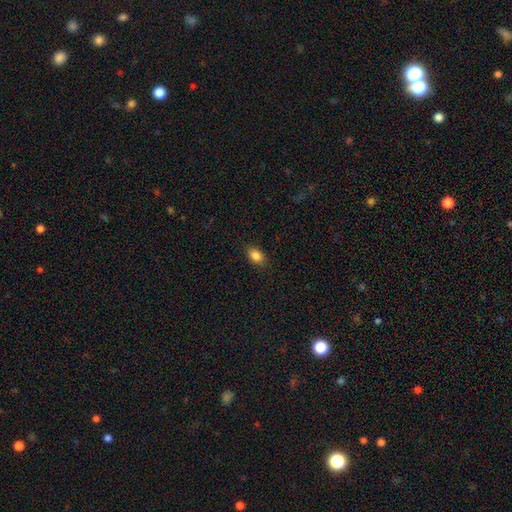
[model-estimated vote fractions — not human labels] smooth_or_featured: smooth (p=0.86) [alt: star or artifact p=0.09]
how_rounded: in between (p=0.84) [alt: round p=0.15]
merging: none (p=0.88) [alt: minor disturbance p=0.09]